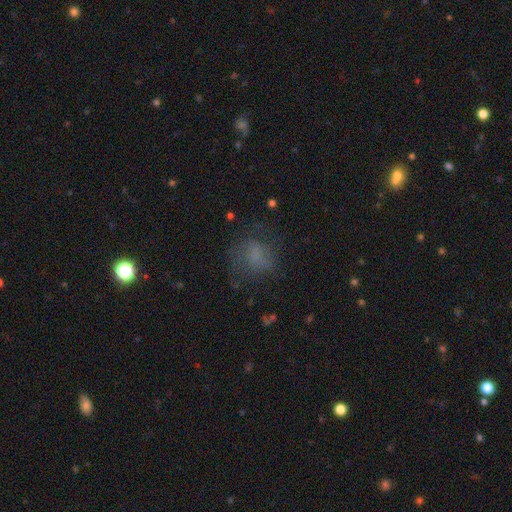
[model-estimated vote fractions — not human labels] Smooth or featured? Predicted: smooth (p=0.56). How rounded? Predicted: round (p=0.55). Merging? Predicted: none (p=0.56).